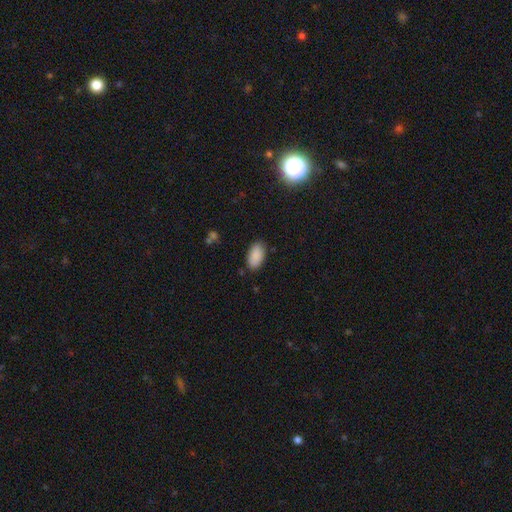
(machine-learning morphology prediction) A smooth galaxy with no disk features (89%) that is in between round and cigar-shaped (95%). Merging: none (84%).